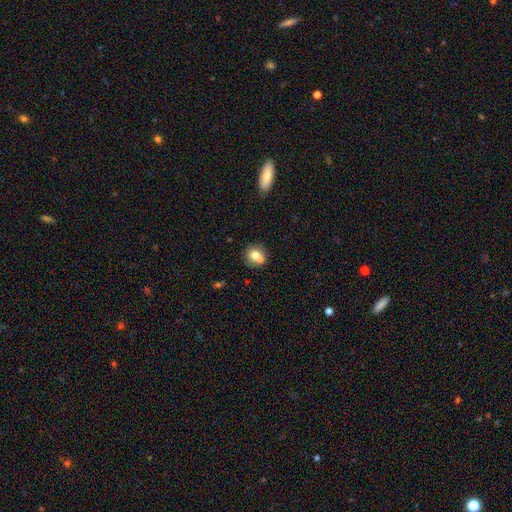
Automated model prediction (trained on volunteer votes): Morphology: type=smooth (72%); roundness=round (73%); merging=none (51%).